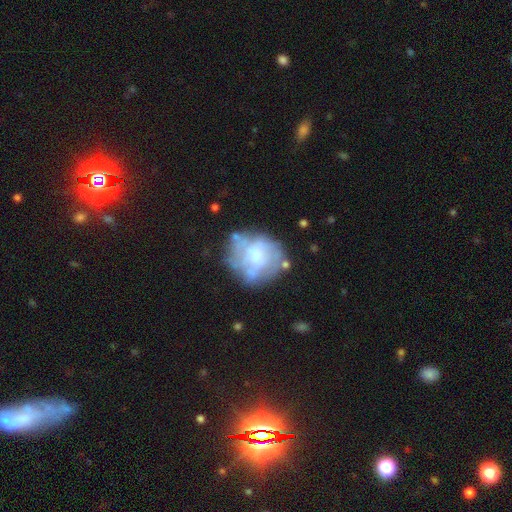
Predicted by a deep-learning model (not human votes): This is possibly a featured or disk galaxy (57%). It is clearly not viewed edge-on (98%). Bar: clearly no (80%). Spiral arm pattern: likely no (77%). Central bulge: marginally moderate (35%). Merging: possibly none (51%).